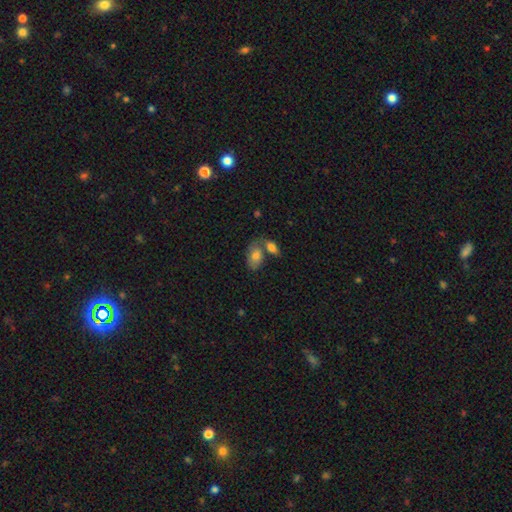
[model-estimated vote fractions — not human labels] Smooth or featured? Predicted: smooth (p=0.76). How rounded? Predicted: in between (p=0.89). Merging? Predicted: merger (p=0.41).